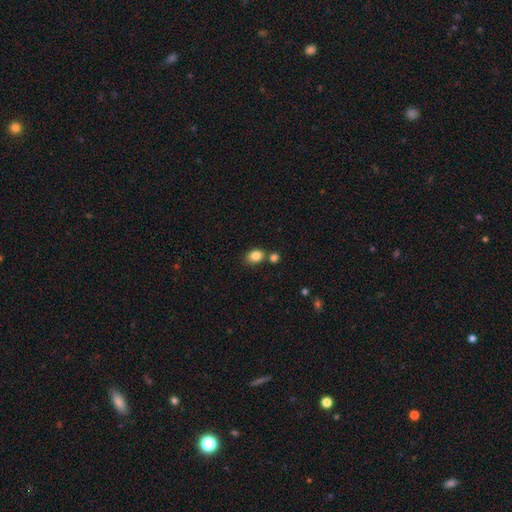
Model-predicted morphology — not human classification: The model was most divided on "how rounded": in between: 70%, round: 29%, cigar-shaped: 1%. More confident: smooth or featured — smooth (84%); merging — none (64%).